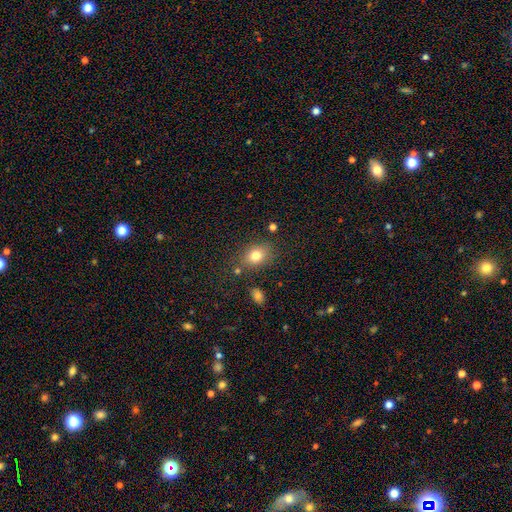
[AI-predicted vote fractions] smooth_or_featured: smooth (p=0.79) [alt: star or artifact p=0.11]
how_rounded: in between (p=0.62) [alt: round p=0.36]
merging: none (p=0.76) [alt: minor disturbance p=0.14]